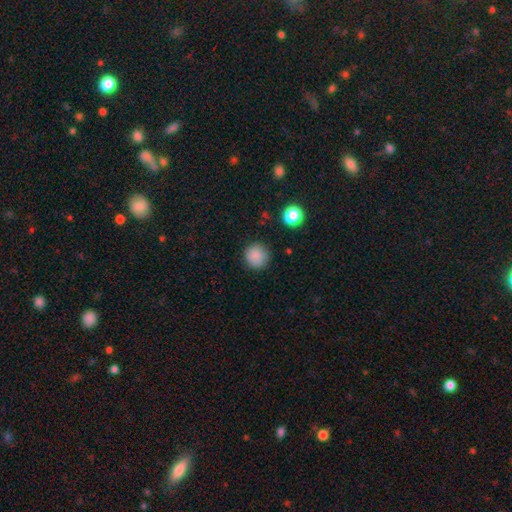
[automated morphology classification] smooth-or-featured: smooth: 86% | star or artifact: 11% | featured or disk: 4%
  how-rounded: round: 94% | in between: 5% | cigar-shaped: 1%
  merging: none: 87% | minor disturbance: 9% | major disturbance: 3% | merger: 1%